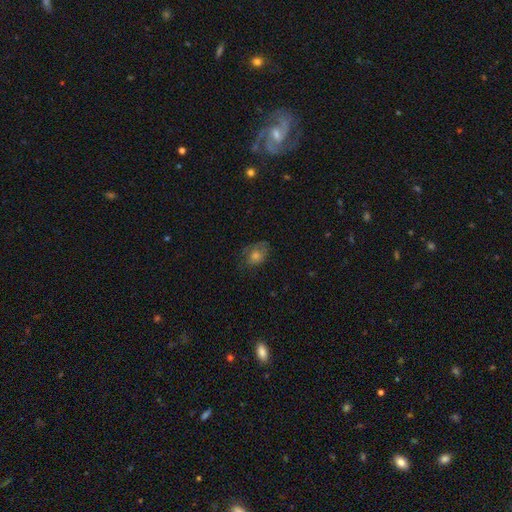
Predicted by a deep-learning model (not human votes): Smooth or featured: smooth — 53% (featured or disk — 30%)
How rounded: in between — 55% (round — 44%)
Merging: none — 64% (minor disturbance — 23%)